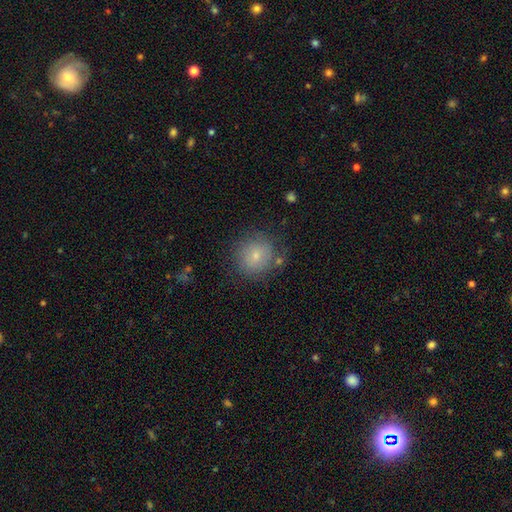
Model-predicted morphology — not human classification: Smooth or featured?
  - smooth: 75% *
  - featured or disk: 15%
  - star or artifact: 10%
How rounded?
  - round: 89% *
  - in between: 10%
  - cigar-shaped: 1%
Merging?
  - none: 76% *
  - minor disturbance: 15%
  - major disturbance: 6%
  - merger: 4%